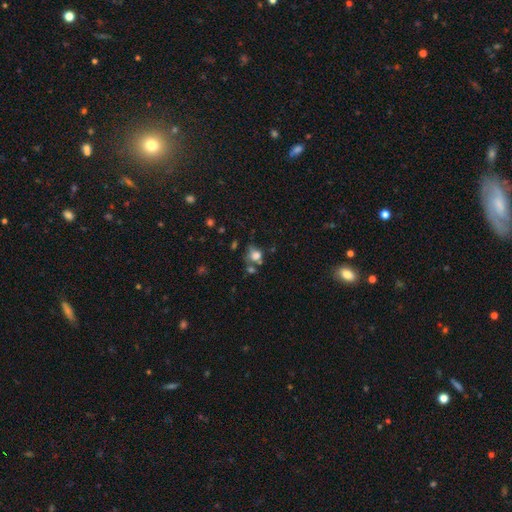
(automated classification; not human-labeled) Overall: smooth (70%). How rounded: round (64%; in between 34%). Merging: none (42%; merger 25%).